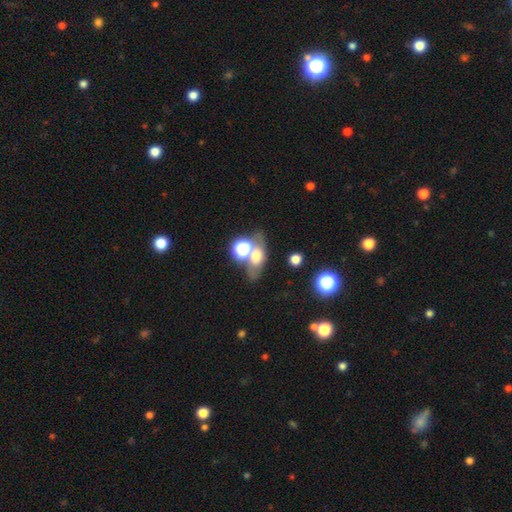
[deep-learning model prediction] Morphology: type=smooth (58%); roundness=in between (60%); merging=none (42%).